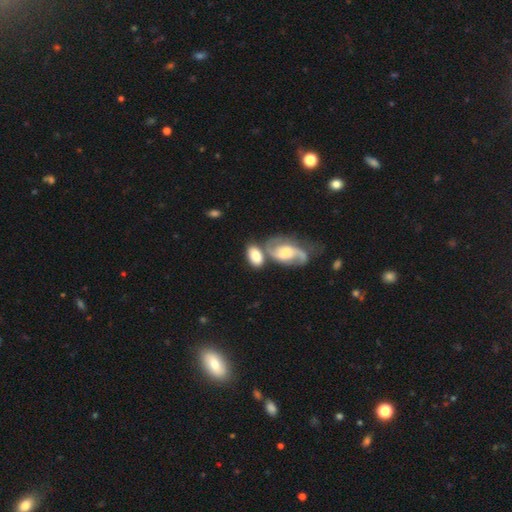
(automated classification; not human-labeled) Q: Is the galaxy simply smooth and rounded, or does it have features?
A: smooth — 62%.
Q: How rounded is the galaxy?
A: in between — 89%.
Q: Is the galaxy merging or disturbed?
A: merger — 40%.